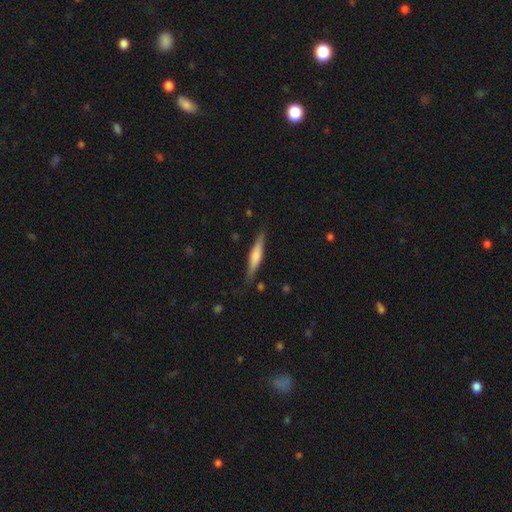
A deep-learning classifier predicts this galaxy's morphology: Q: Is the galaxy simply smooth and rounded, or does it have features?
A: featured or disk — 49%.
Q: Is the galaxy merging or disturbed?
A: none — 84%.